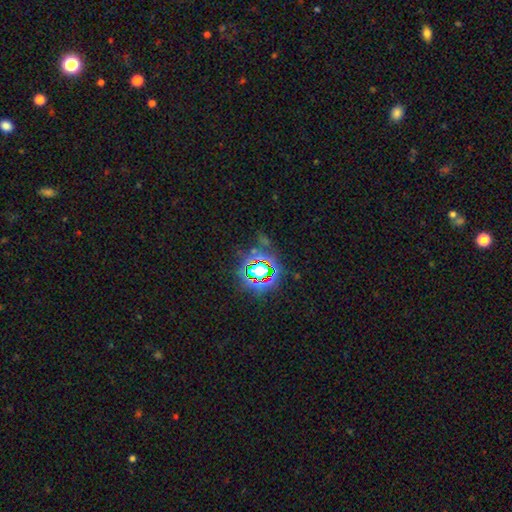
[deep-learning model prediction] star or artifact 79%, smooth 12%, featured or disk 9%.